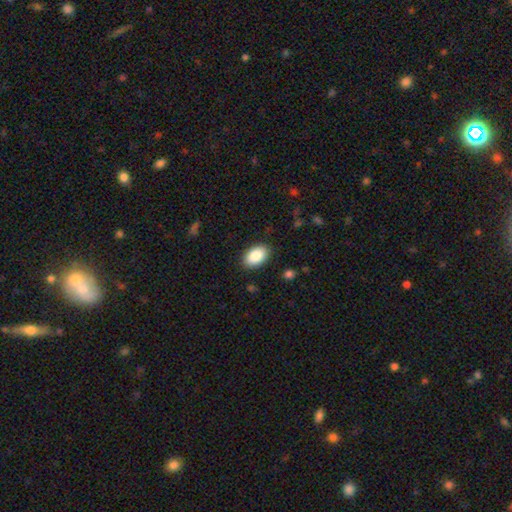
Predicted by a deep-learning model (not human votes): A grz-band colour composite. It shows a smooth galaxy with no disk features (87%) that is in between round and cigar-shaped (92%). Merging: none (88%).